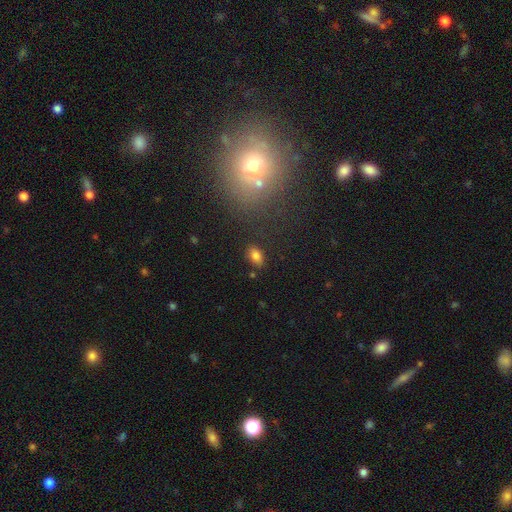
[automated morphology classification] Smooth or featured? smooth (82%)
How rounded? in between (88%)
Merging? none (82%)